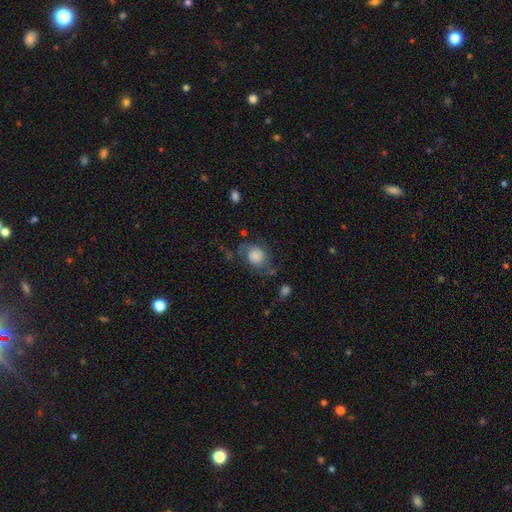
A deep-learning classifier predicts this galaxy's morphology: smooth-or-featured: smooth: 59% | featured or disk: 32% | star or artifact: 9%
  how-rounded: round: 61% | in between: 38% | cigar-shaped: 1%
  merging: none: 50% | minor disturbance: 25% | major disturbance: 21% | merger: 4%